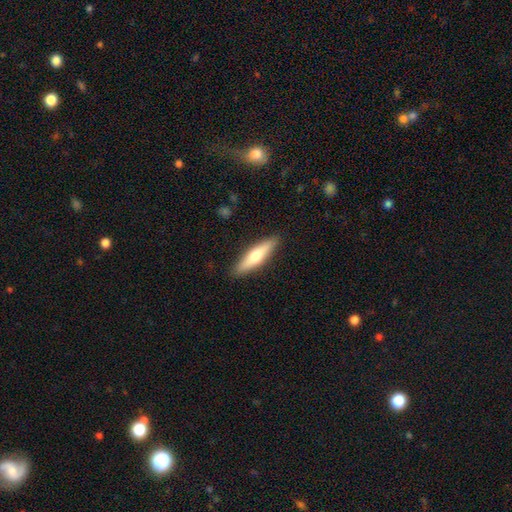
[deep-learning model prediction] Smooth or featured? Predicted: smooth (p=0.56). How rounded? Predicted: cigar-shaped (p=0.74). Merging? Predicted: none (p=0.89).